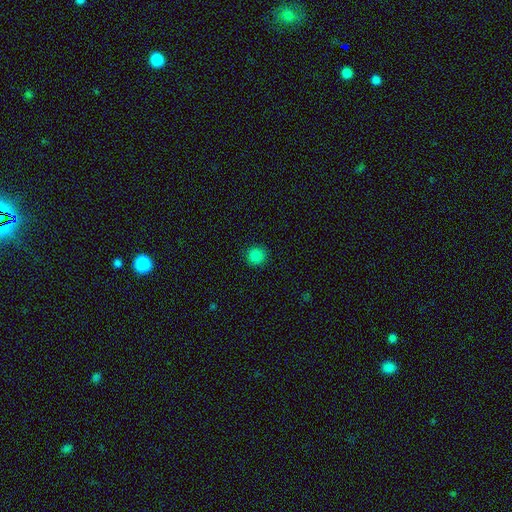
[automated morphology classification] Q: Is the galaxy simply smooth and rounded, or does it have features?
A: smooth — 85%.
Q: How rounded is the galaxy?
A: round — 94%.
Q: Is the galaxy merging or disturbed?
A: none — 92%.